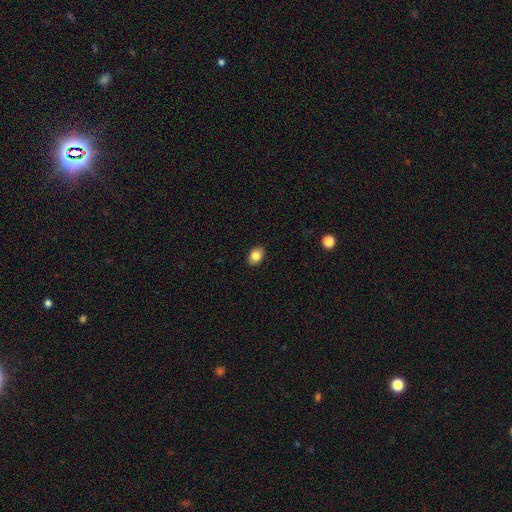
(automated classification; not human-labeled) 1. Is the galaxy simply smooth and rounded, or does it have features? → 84% smooth, 8% star or artifact, 7% featured or disk.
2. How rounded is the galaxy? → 80% in between, 18% round, 1% cigar-shaped.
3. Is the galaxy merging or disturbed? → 89% none, 8% minor disturbance, 2% major disturbance, 1% merger.